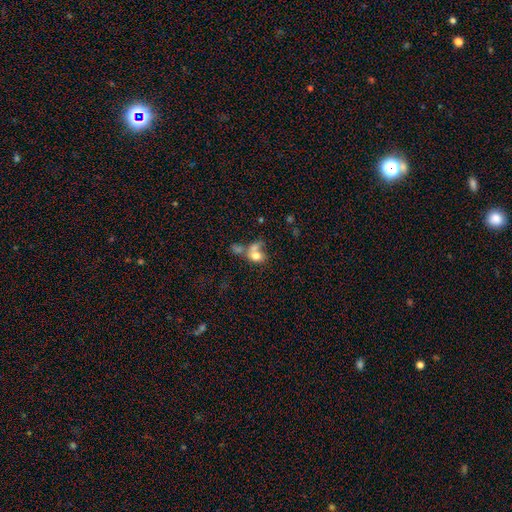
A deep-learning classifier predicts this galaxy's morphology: Overall: smooth (69%). How rounded: in between (52%; round 46%). Merging: merger (56%; none 21%).